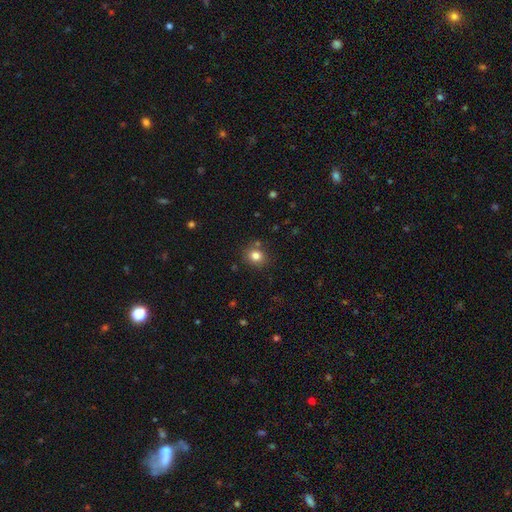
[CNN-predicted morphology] Smooth or featured? Predicted: smooth (p=0.81). How rounded? Predicted: round (p=0.76). Merging? Predicted: none (p=0.80).